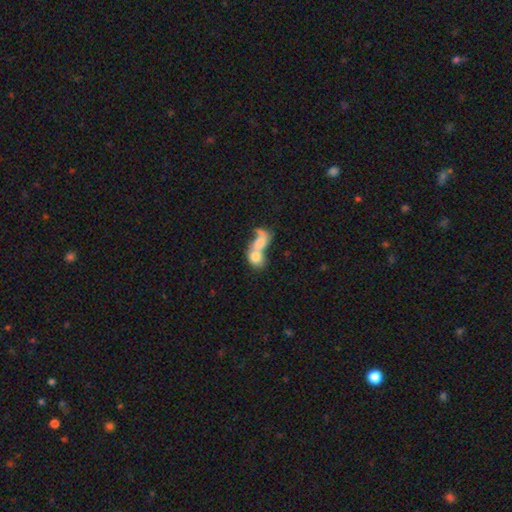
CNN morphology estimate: smooth_or_featured: smooth (p=0.67) [alt: featured or disk p=0.24]
how_rounded: in between (p=0.65) [alt: round p=0.32]
merging: merger (p=0.81) [alt: none p=0.09]